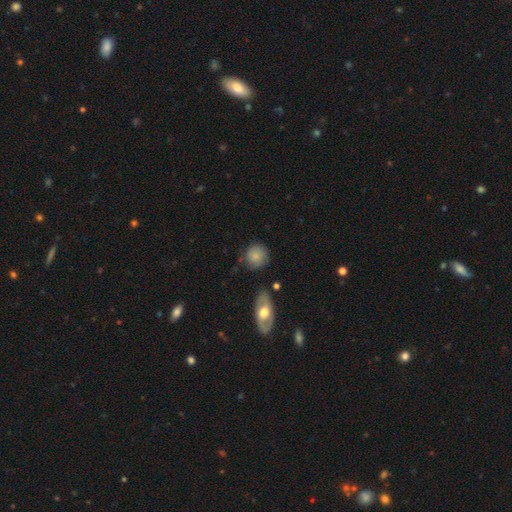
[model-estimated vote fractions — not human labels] smooth_or_featured: smooth (p=0.76) [alt: featured or disk p=0.17]
how_rounded: round (p=0.86) [alt: in between p=0.12]
merging: none (p=0.72) [alt: minor disturbance p=0.19]